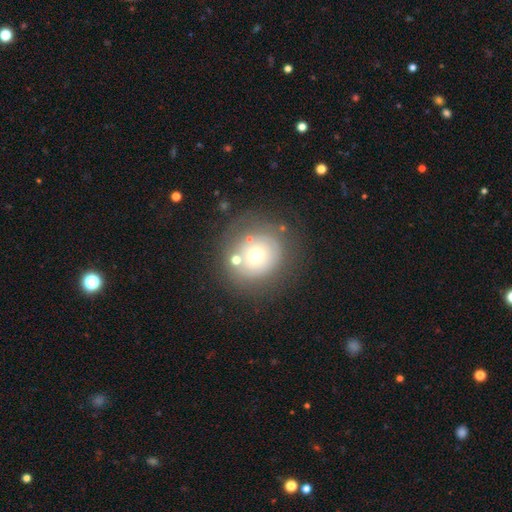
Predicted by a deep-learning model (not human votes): Smooth or featured? Predicted: smooth (p=0.51). How rounded? Predicted: round (p=0.86). Merging? Predicted: none (p=0.68).